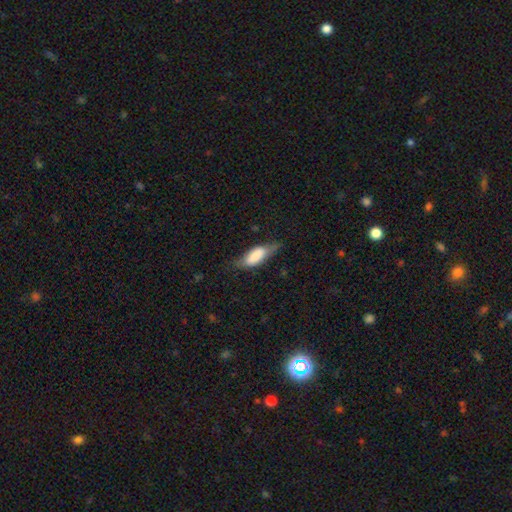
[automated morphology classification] Overall: smooth (67%; featured or disk 27%). How rounded: in between (77%). Merging: none (49%; minor disturbance 34%).